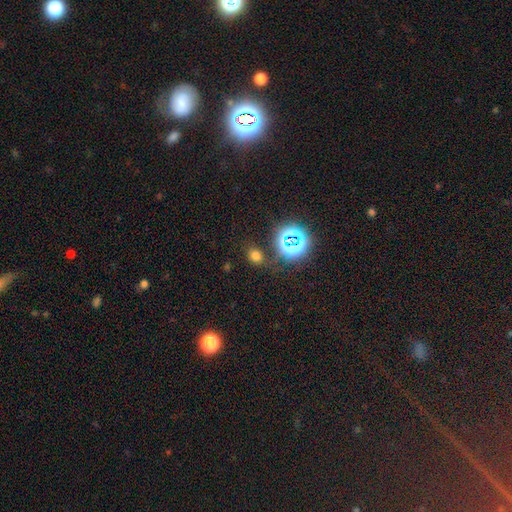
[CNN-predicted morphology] smooth_or_featured: smooth (p=0.63) [alt: star or artifact p=0.30]
how_rounded: round (p=0.52) [alt: in between p=0.46]
merging: none (p=0.77) [alt: minor disturbance p=0.13]